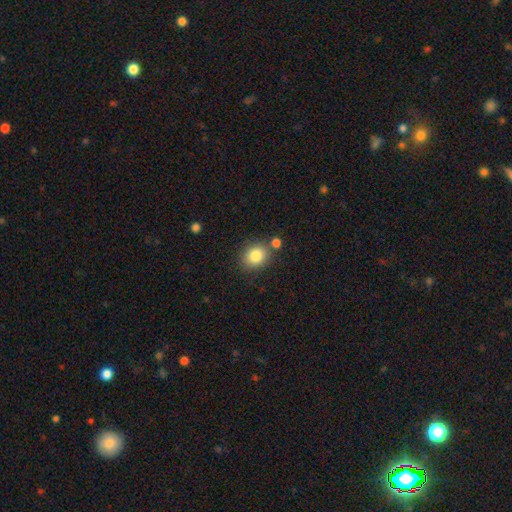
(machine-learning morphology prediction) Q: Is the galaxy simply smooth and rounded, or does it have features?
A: smooth — 83%.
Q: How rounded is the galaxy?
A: round — 65%.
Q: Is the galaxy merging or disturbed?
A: none — 75%.